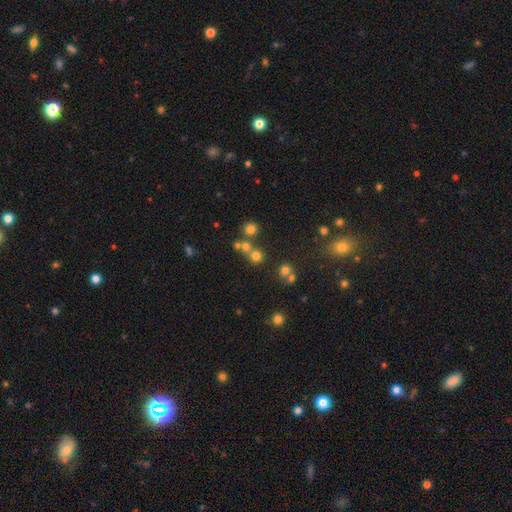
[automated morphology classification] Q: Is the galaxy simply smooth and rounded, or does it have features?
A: smooth — 66%.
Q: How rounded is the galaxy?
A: round — 90%.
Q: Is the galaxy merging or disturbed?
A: none — 60%.